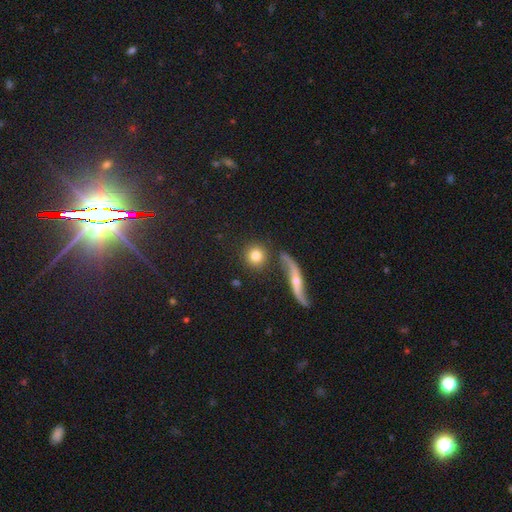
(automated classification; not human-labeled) Q: Smooth or featured?
A: smooth (80%); runner-up: featured or disk (12%)
Q: How rounded?
A: round (92%); runner-up: in between (5%)
Q: Merging?
A: none (81%); runner-up: merger (8%)